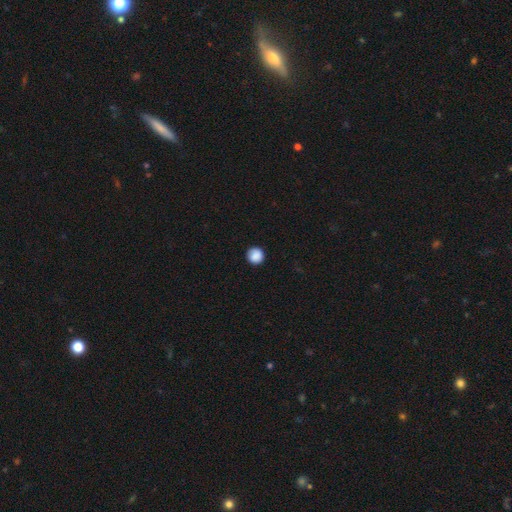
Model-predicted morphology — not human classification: Smooth or featured? smooth (88%)
How rounded? round (95%)
Merging? none (90%)